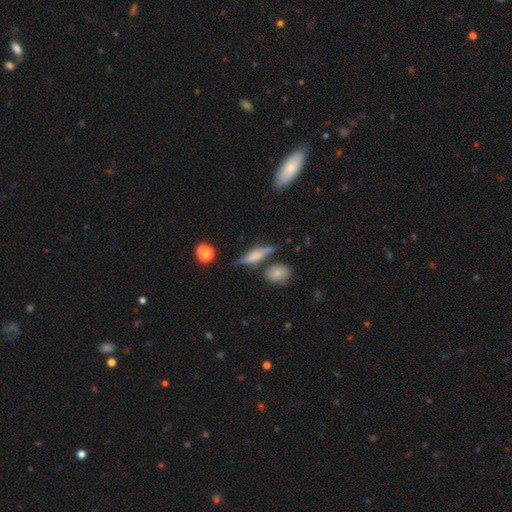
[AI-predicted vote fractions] Morphology: type=featured or disk (56%); edge-on=yes (91%); edge-on bulge=rounded (56%); merging=none (68%).